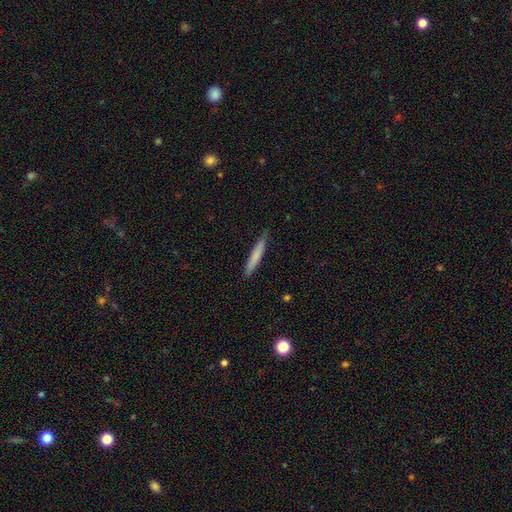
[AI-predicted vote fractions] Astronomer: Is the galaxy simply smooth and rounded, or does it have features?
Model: smooth — 73%.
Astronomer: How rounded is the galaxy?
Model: cigar-shaped — 95%.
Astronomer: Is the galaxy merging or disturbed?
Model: none — 87%.